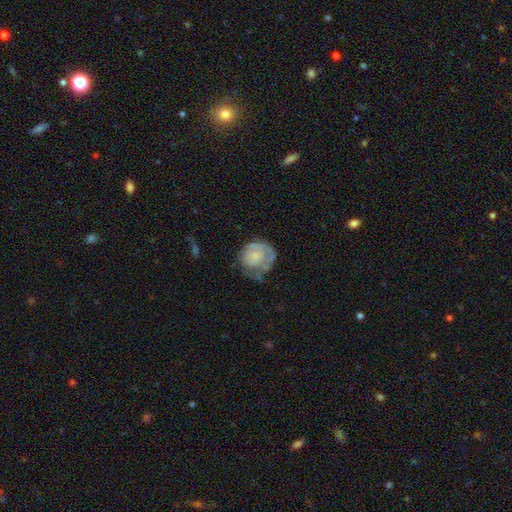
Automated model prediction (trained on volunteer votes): Overall: smooth (52%; featured or disk 40%). How rounded: round (76%). Merging: none (39%; minor disturbance 32%).